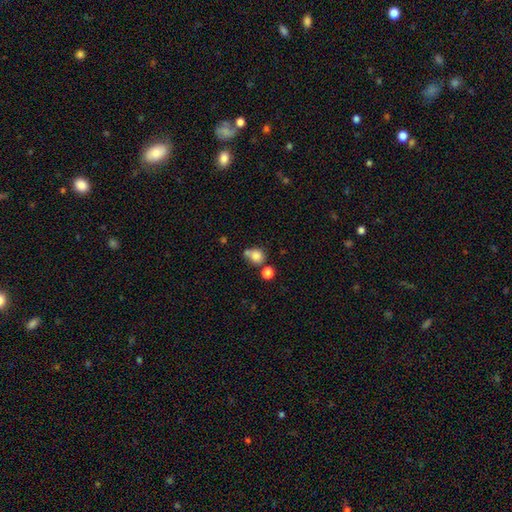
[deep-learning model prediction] The model was most divided on "merging": none: 48%, merger: 32%, minor disturbance: 14%, major disturbance: 7%. More confident: smooth or featured — smooth (80%); how rounded — round (79%).